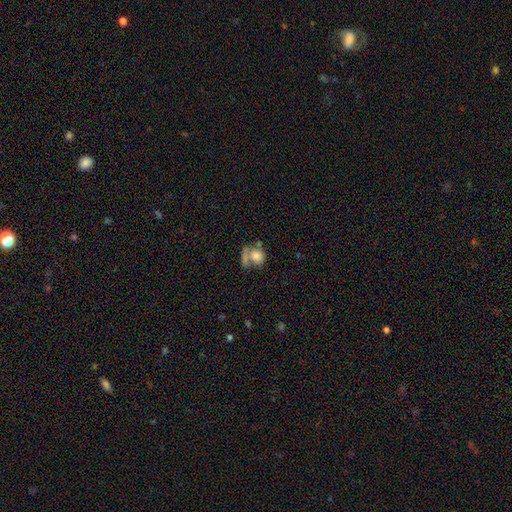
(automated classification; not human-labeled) smooth-or-featured: smooth: 75% | featured or disk: 15% | star or artifact: 10%
  how-rounded: round: 55% | in between: 43% | cigar-shaped: 2%
  merging: merger: 38% | none: 35% | minor disturbance: 14% | major disturbance: 13%